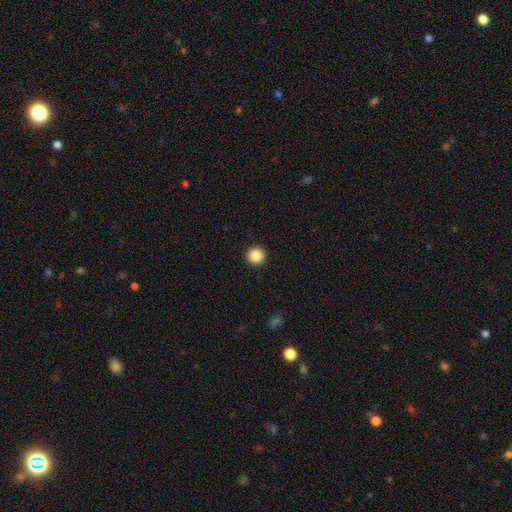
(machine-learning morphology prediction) smooth-or-featured: smooth: 86% | star or artifact: 10% | featured or disk: 4%
  how-rounded: round: 96% | in between: 4% | cigar-shaped: 1%
  merging: none: 93% | minor disturbance: 4% | major disturbance: 2% | merger: 1%